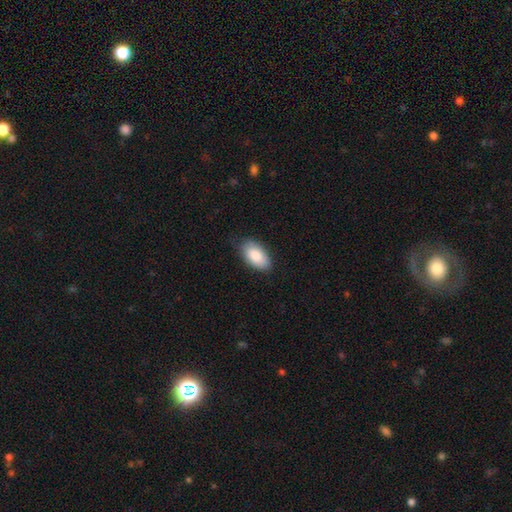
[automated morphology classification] Smooth or featured? Predicted: smooth (p=0.86). How rounded? Predicted: in between (p=0.95). Merging? Predicted: none (p=0.75).